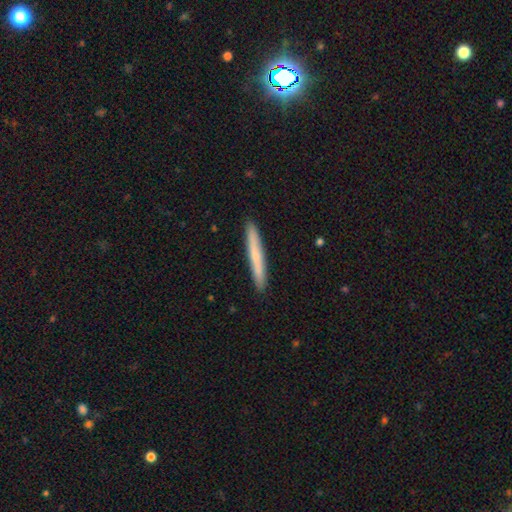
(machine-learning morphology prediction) Q: Smooth or featured?
A: smooth (65%); runner-up: featured or disk (30%)
Q: How rounded?
A: cigar-shaped (97%); runner-up: in between (2%)
Q: Merging?
A: none (92%); runner-up: minor disturbance (5%)